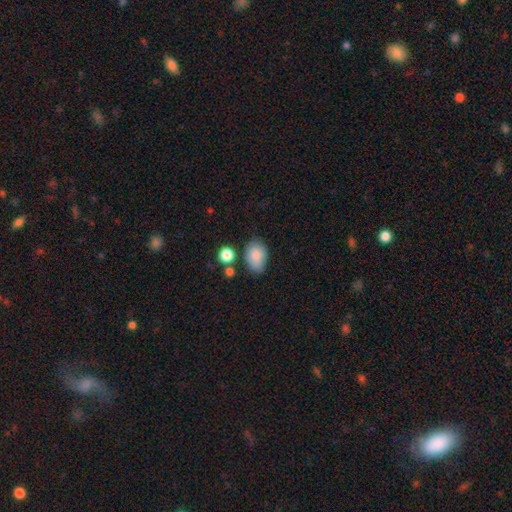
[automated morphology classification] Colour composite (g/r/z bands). It shows a smooth galaxy with no disk features (85%) that is in between round and cigar-shaped (87%). Merging: none (67%).